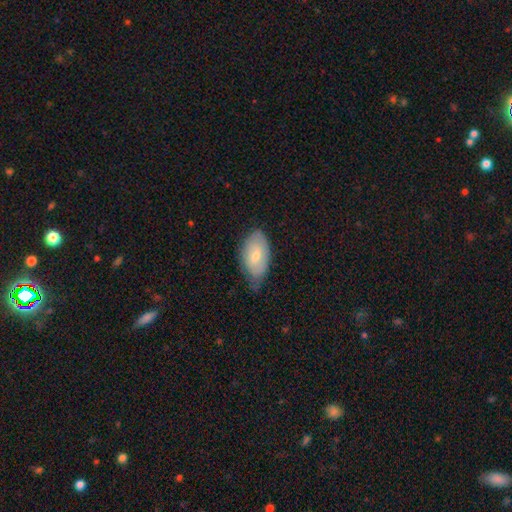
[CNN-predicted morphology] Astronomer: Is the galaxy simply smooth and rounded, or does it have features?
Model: smooth — 67%.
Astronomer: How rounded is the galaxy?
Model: in between — 93%.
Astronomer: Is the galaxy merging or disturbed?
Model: none — 51% (runner-up: minor disturbance, 40%).